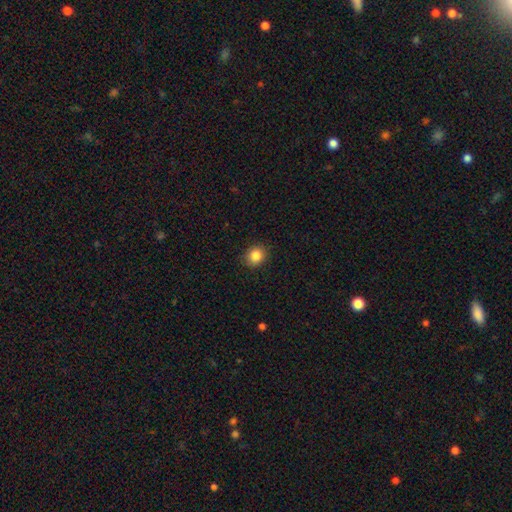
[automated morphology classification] Smooth or featured? smooth (85%)
How rounded? round (72%)
Merging? none (87%)